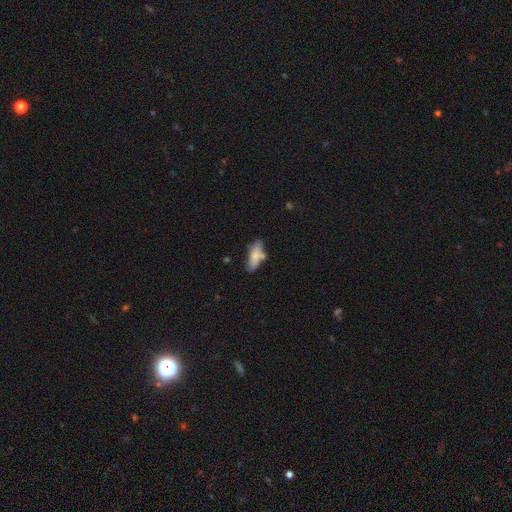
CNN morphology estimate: Smooth or featured? smooth (69%)
How rounded? in between (63%)
Merging? none (55%)